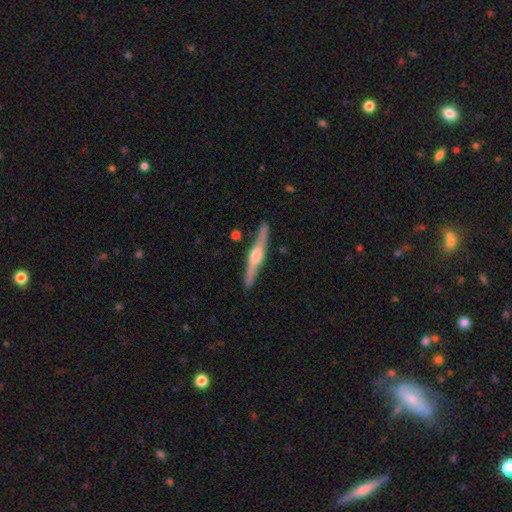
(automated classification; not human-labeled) A featured or disk galaxy (79%) viewed edge-on (98%) with a rounded central bulge (92%). Merging: none (90%).